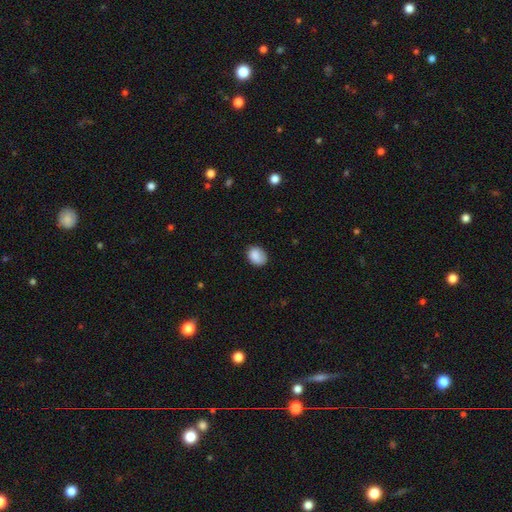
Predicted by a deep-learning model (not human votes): smooth 87%, star or artifact 8%, featured or disk 6%. Down the decision tree: how rounded — in between (63%); merging — none (76%).